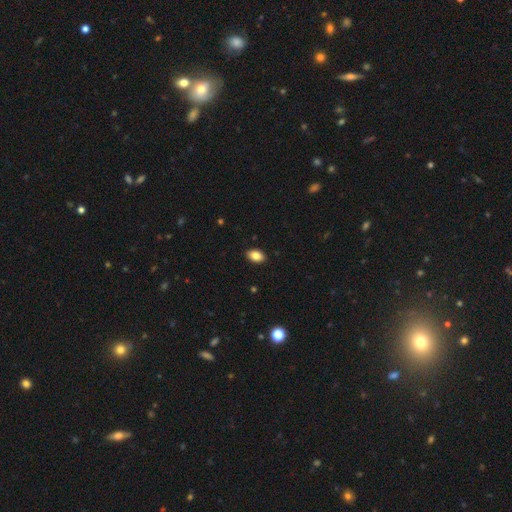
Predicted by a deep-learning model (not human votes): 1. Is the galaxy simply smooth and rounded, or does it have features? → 86% smooth, 8% star or artifact, 6% featured or disk.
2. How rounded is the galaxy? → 90% in between, 9% round, 1% cigar-shaped.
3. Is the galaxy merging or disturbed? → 90% none, 8% minor disturbance, 2% major disturbance, 1% merger.